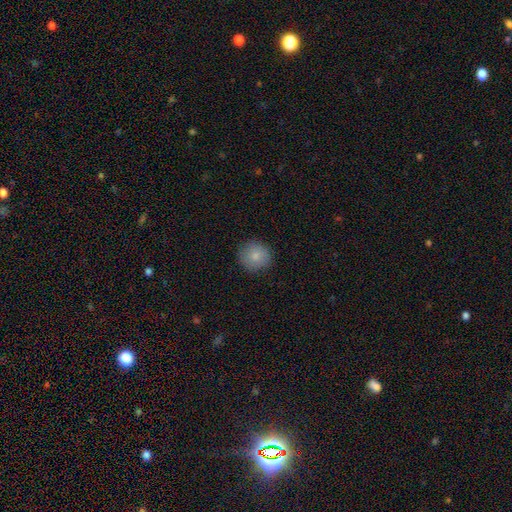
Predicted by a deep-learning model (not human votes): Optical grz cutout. It shows a smooth galaxy with no disk features (83%) that is round (91%). Merging: none (88%).